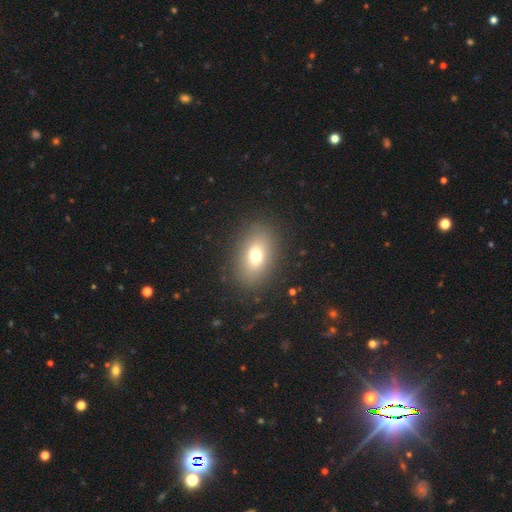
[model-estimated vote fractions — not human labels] This appears to be a smooth galaxy with no disk features (72%) that is in between round and cigar-shaped (82%). Merging: none (86%).